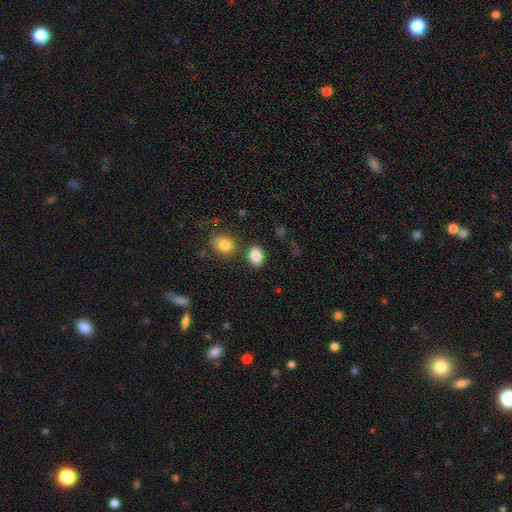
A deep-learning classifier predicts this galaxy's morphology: Smooth or featured?
  - smooth: 86% *
  - star or artifact: 9%
  - featured or disk: 5%
How rounded?
  - in between: 71% *
  - round: 28%
  - cigar-shaped: 1%
Merging?
  - none: 78% *
  - minor disturbance: 10%
  - merger: 9%
  - major disturbance: 3%